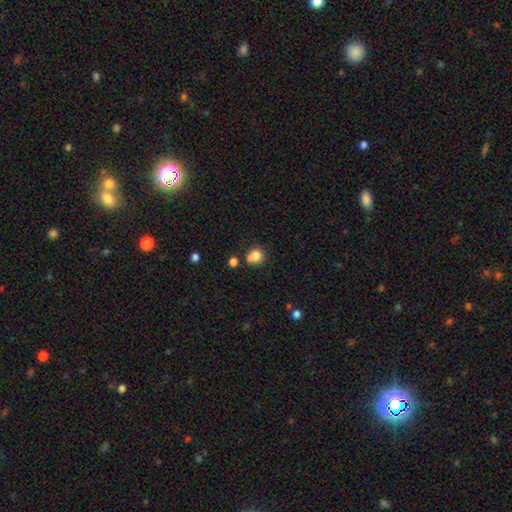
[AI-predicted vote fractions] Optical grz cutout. It shows a smooth galaxy with no disk features (79%) that is round (76%). Merging: none (45%).